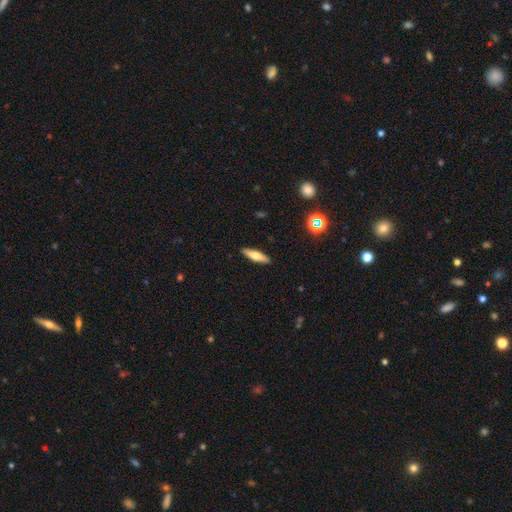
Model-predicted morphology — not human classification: Smooth or featured?
  - smooth: 65% *
  - featured or disk: 28%
  - star or artifact: 7%
How rounded?
  - cigar-shaped: 68% *
  - in between: 30%
  - round: 2%
Merging?
  - none: 90% *
  - minor disturbance: 7%
  - major disturbance: 2%
  - merger: 1%